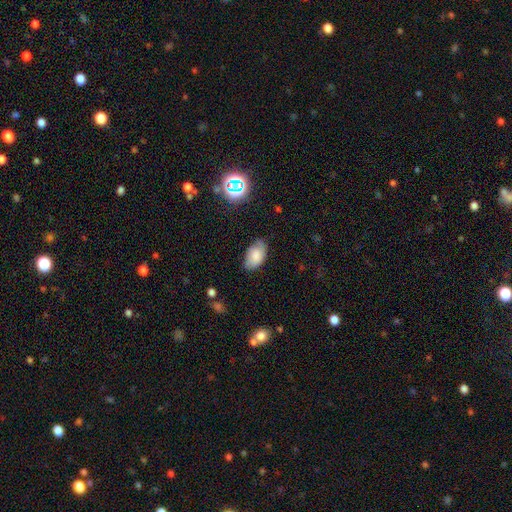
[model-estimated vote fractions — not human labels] A smooth galaxy with no disk features (79%) that is in between round and cigar-shaped (93%).

Vote fractions:
- Smooth or featured? smooth: 79% / featured or disk: 12% / star or artifact: 9%
- How rounded? in between: 93% / round: 6% / cigar-shaped: 2%
- Merging? none: 66% / minor disturbance: 27% / major disturbance: 5% / merger: 2%